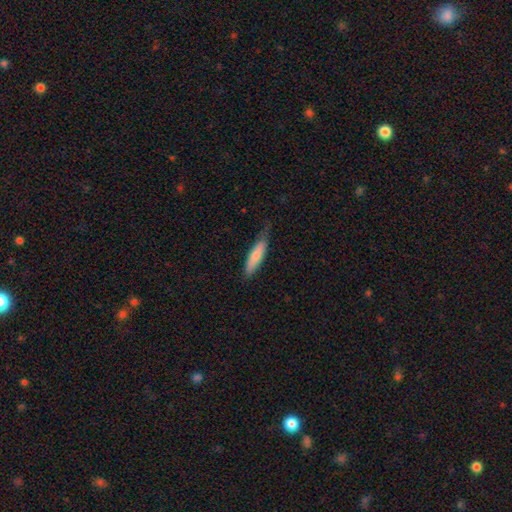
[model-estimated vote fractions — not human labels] smooth_or_featured: smooth (p=0.77) [alt: featured or disk p=0.18]
how_rounded: cigar-shaped (p=0.72) [alt: in between p=0.26]
merging: none (p=0.66) [alt: minor disturbance p=0.28]